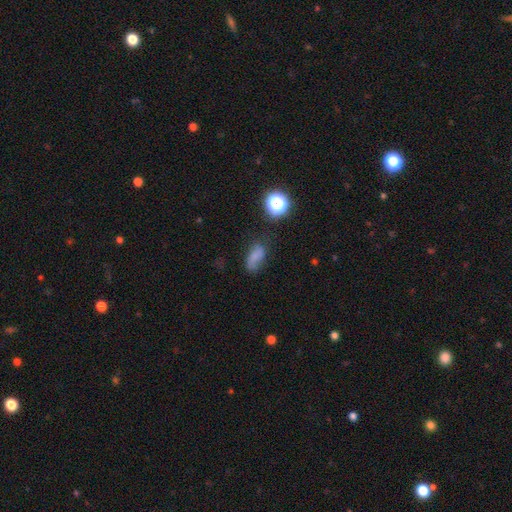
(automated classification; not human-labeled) smooth-or-featured: smooth: 66% | star or artifact: 17% | featured or disk: 17%
  how-rounded: in between: 81% | round: 10% | cigar-shaped: 8%
  merging: none: 52% | minor disturbance: 29% | major disturbance: 14% | merger: 5%